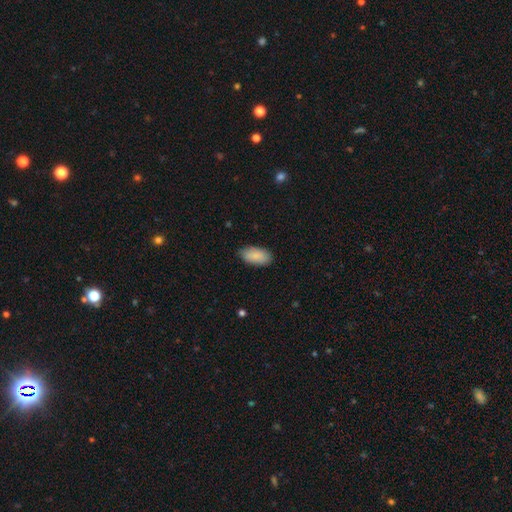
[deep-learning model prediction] This appears to be a smooth galaxy with no disk features (89%) that is in between round and cigar-shaped (93%). Merging: none (85%).